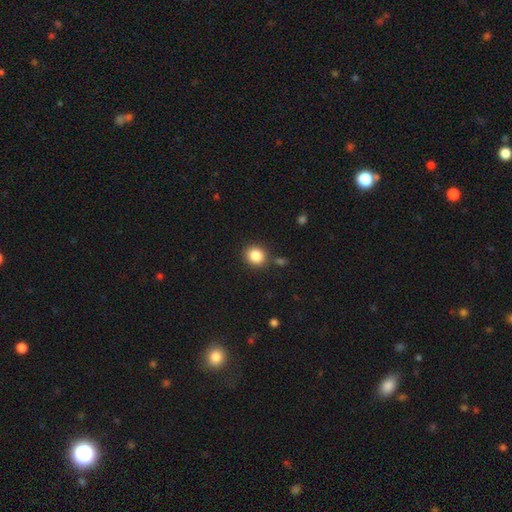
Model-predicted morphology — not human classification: The model was most divided on "how rounded": round: 74%, in between: 25%, cigar-shaped: 1%. More confident: smooth or featured — smooth (86%); merging — none (82%).